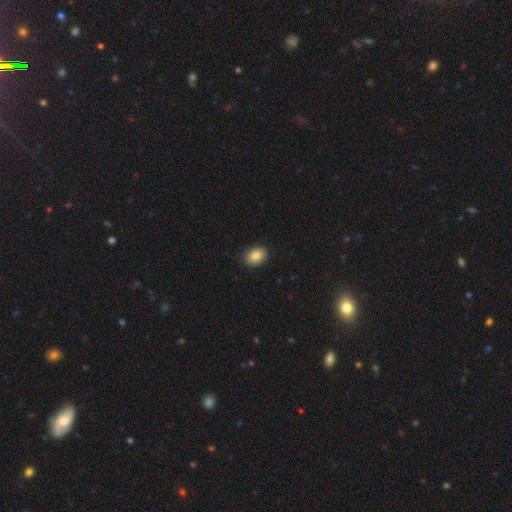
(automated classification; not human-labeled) smooth 84%, star or artifact 9%, featured or disk 7%. Down the decision tree: how rounded — in between (66%); merging — none (88%).